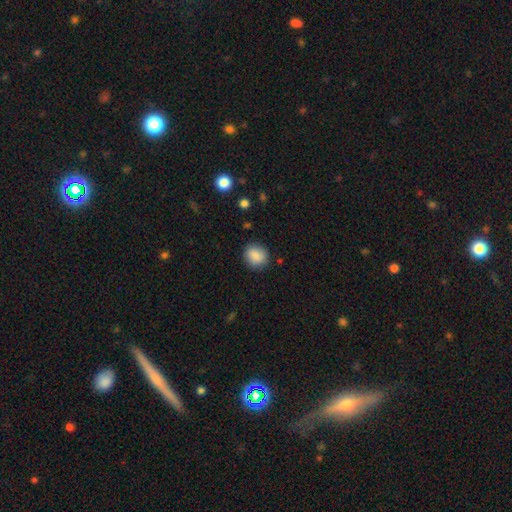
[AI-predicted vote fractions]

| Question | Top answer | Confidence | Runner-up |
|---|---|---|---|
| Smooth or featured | smooth | 88% | star or artifact (8%) |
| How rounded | round | 77% | in between (22%) |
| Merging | none | 86% | minor disturbance (10%) |